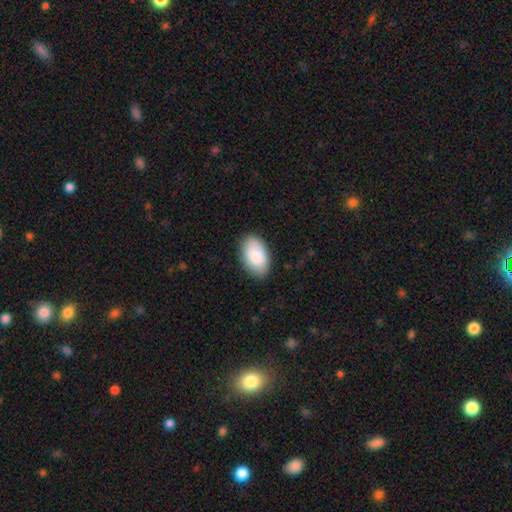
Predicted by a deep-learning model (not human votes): This appears to be a smooth galaxy with no disk features (87%) that is in between round and cigar-shaped (94%). Merging: none (86%).